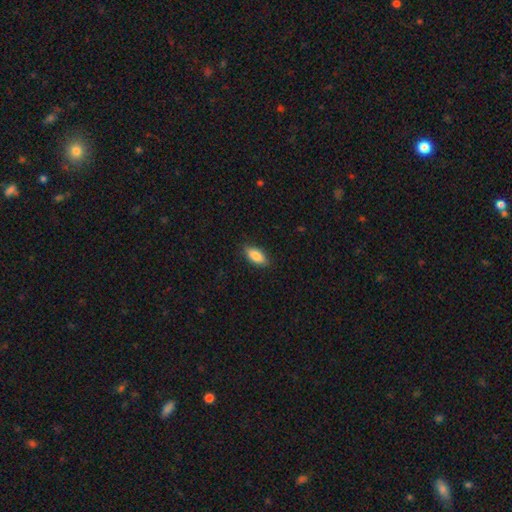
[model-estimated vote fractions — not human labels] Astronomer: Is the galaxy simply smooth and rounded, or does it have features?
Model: smooth — 84%.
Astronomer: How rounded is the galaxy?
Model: in between — 85%.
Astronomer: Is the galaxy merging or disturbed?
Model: none — 86%.